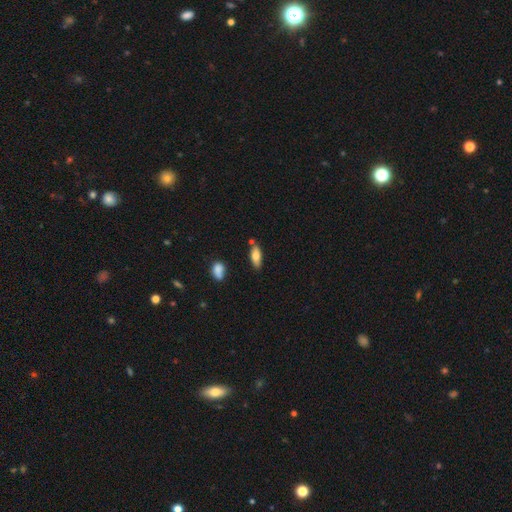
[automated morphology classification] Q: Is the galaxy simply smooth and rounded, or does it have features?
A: smooth — 76%.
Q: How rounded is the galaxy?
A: in between — 76%.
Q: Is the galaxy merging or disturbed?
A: none — 74%.